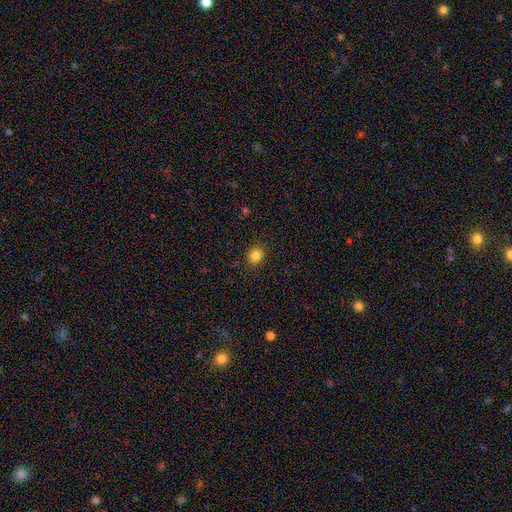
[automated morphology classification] type=smooth (84%); roundness=round (81%); merging=none (89%).